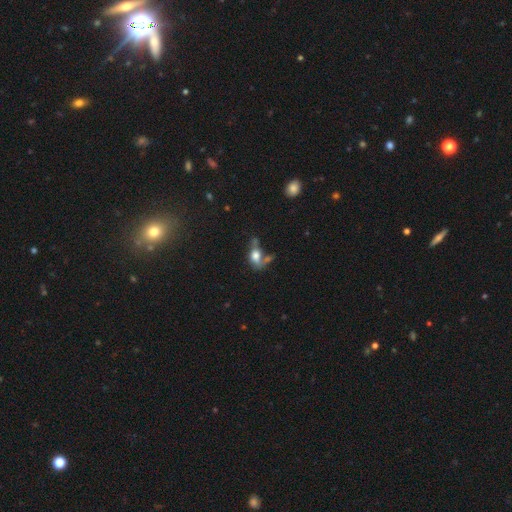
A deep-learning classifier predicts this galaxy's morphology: The model was most divided on "merging": merger: 31%, none: 30%, major disturbance: 21%, minor disturbance: 19%. More confident: how rounded — in between (74%); smooth or featured — smooth (66%).